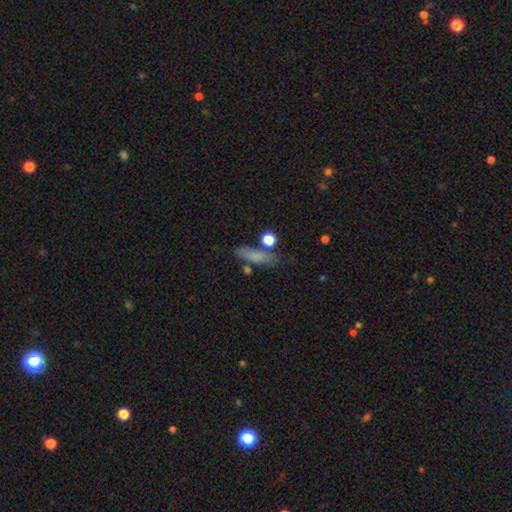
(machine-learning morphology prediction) Smooth or featured?
  - smooth: 73% *
  - featured or disk: 15%
  - star or artifact: 12%
How rounded?
  - cigar-shaped: 58% *
  - in between: 34%
  - round: 8%
Merging?
  - none: 66% *
  - minor disturbance: 18%
  - merger: 9%
  - major disturbance: 7%